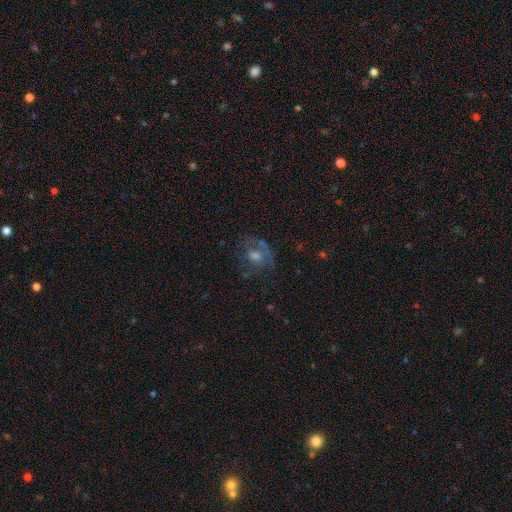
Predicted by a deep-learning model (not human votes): smooth_or_featured: featured or disk (p=0.54) [alt: smooth p=0.30]
disk_edge_on: no (p=0.96) [alt: yes p=0.04]
bar: no (p=0.78) [alt: weak p=0.18]
has_spiral_arms: no (p=0.52) [alt: yes p=0.48]
bulge_size: moderate (p=0.61) [alt: small p=0.21]
merging: none (p=0.57) [alt: minor disturbance p=0.20]